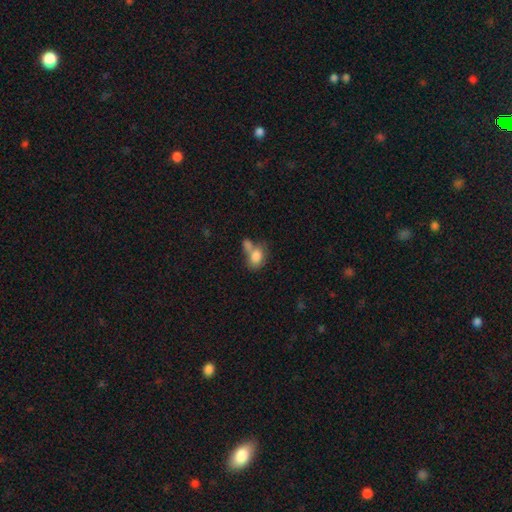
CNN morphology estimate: A smooth galaxy with no disk features (78%) that is in between round and cigar-shaped (67%). Merging: merger (43%).